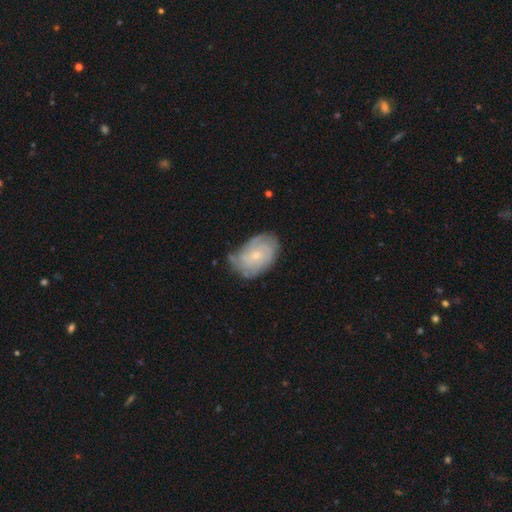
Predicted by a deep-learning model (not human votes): featured or disk 71%, smooth 22%, star or artifact 7%. Down the decision tree: edge-on disk — no (97%); bar — no (73%); spiral arms — yes (89%); spiral arm count — can't tell (43%); spiral winding — tight (63%); bulge size — small (75%); merging — none (63%).